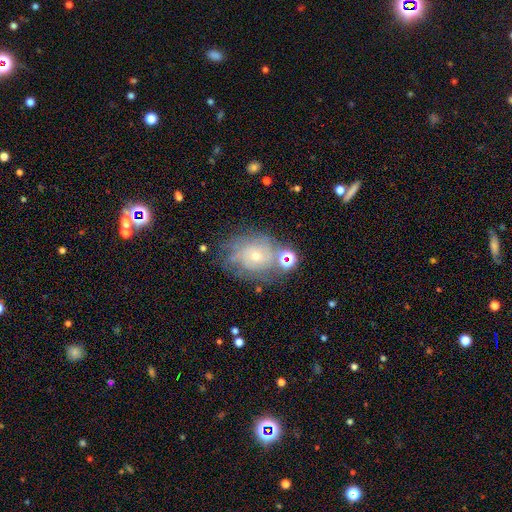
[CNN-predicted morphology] Smooth or featured? featured or disk (65%)
Edge-on disk? no (96%)
Bar? no (81%)
Spiral arms? yes (78%)
Bulge size? small (67%)
Merging? none (60%)